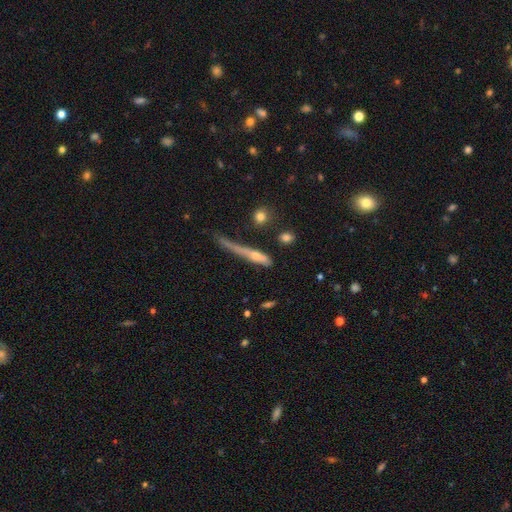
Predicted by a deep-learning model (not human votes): Smooth or featured: smooth — 45% (tied with featured or disk — 45%)
Merging: none — 36% (major disturbance — 29%)